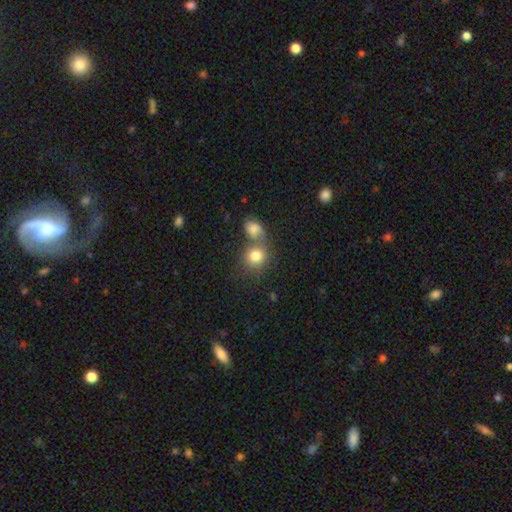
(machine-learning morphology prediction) Smooth or featured?
  - smooth: 80% *
  - featured or disk: 11%
  - star or artifact: 9%
How rounded?
  - round: 76% *
  - in between: 23%
  - cigar-shaped: 1%
Merging?
  - merger: 47% *
  - none: 39%
  - minor disturbance: 9%
  - major disturbance: 5%